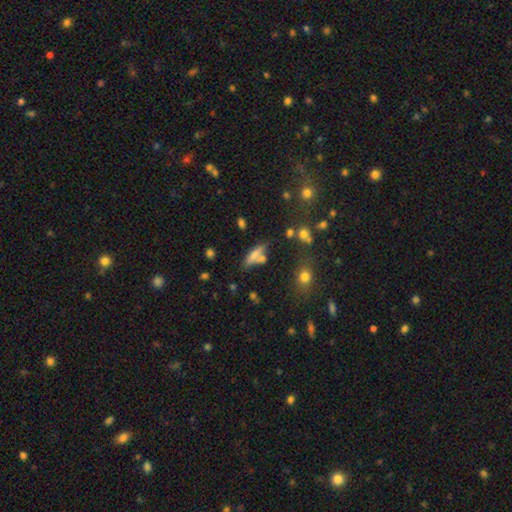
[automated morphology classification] Smooth or featured?
  - smooth: 62% *
  - featured or disk: 25%
  - star or artifact: 13%
How rounded?
  - cigar-shaped: 51% *
  - in between: 44%
  - round: 5%
Merging?
  - none: 49% *
  - merger: 25%
  - minor disturbance: 17%
  - major disturbance: 9%